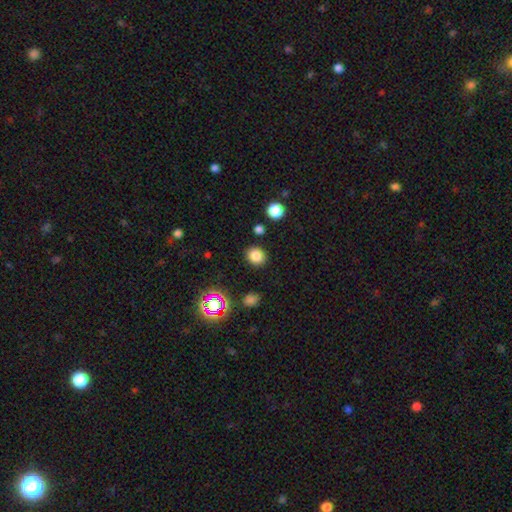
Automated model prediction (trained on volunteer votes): A smooth galaxy with no disk features (81%) that is round (79%).

Vote fractions:
- Smooth or featured? smooth: 81% / star or artifact: 15% / featured or disk: 5%
- How rounded? round: 79% / in between: 20% / cigar-shaped: 1%
- Merging? none: 87% / minor disturbance: 7% / merger: 3% / major disturbance: 3%